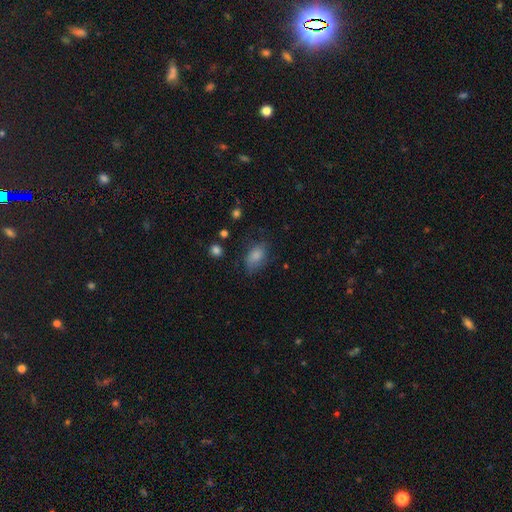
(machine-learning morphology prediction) The model was most divided on "merging": none: 62%, minor disturbance: 26%, major disturbance: 10%, merger: 2%. More confident: how rounded — in between (88%); smooth or featured — smooth (82%).